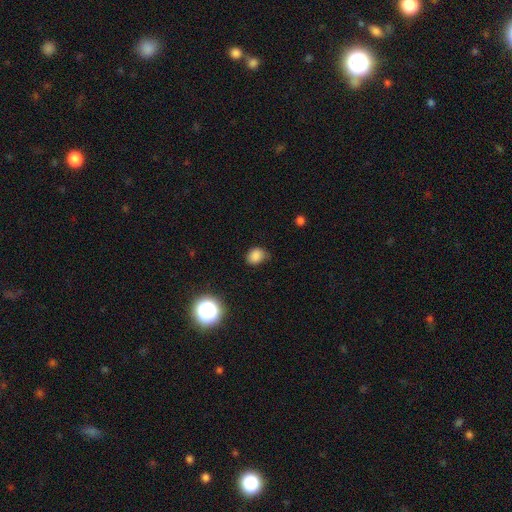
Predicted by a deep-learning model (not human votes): A smooth galaxy with no disk features (82%) that is round (54%). Merging: none (66%).